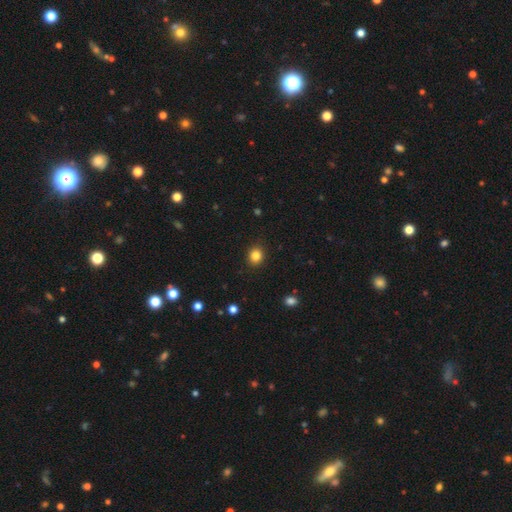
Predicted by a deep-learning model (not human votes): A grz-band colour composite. It shows a smooth galaxy with no disk features (84%) that is round (77%). Merging: none (90%).